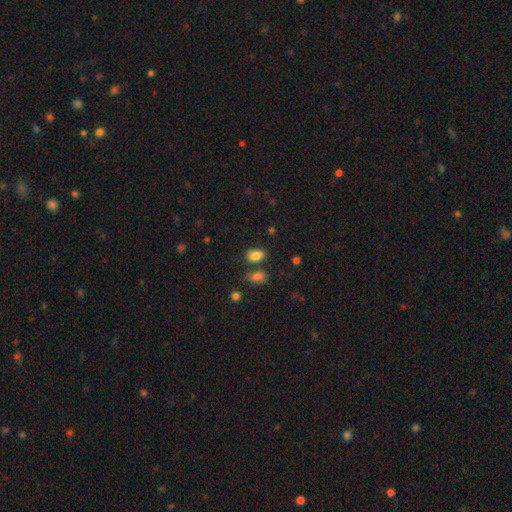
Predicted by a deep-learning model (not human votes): The model was most divided on "merging": none: 68%, minor disturbance: 14%, merger: 13%, major disturbance: 4%. More confident: how rounded — in between (85%); smooth or featured — smooth (83%).